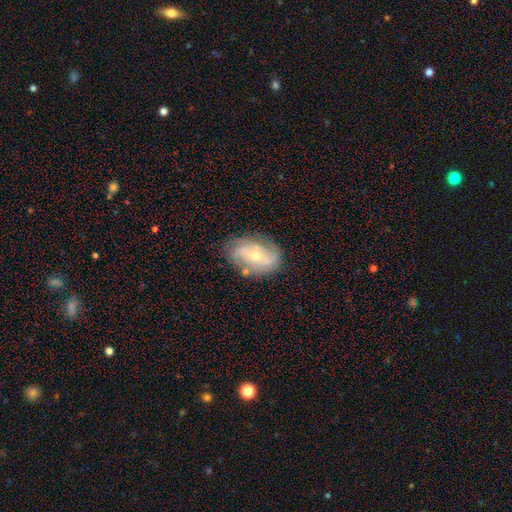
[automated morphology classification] smooth_or_featured: featured or disk (p=0.76) [alt: smooth p=0.17]
disk_edge_on: no (p=0.95) [alt: yes p=0.05]
bar: no (p=0.55) [alt: weak p=0.32]
has_spiral_arms: yes (p=0.88) [alt: no p=0.12]
spiral_winding: medium (p=0.39) [alt: tight p=0.36]
spiral_arm_count: 2 (p=0.48) [alt: can't tell p=0.23]
bulge_size: small (p=0.55) [alt: moderate p=0.42]
merging: none (p=0.73) [alt: minor disturbance p=0.18]